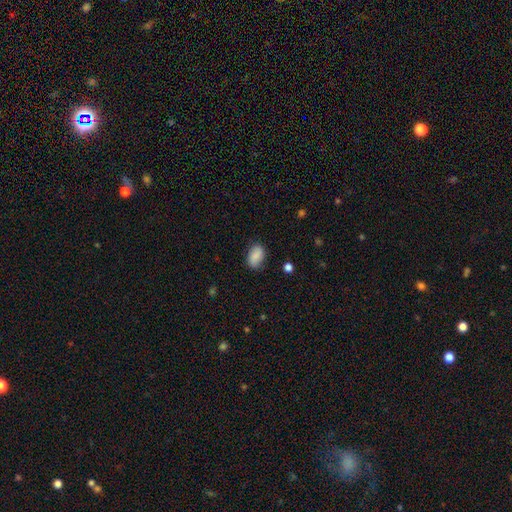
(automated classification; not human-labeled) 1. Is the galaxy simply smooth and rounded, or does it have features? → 84% smooth, 8% featured or disk, 8% star or artifact.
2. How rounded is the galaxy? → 86% in between, 12% round, 2% cigar-shaped.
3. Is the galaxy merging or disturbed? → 75% none, 19% minor disturbance, 4% major disturbance, 1% merger.